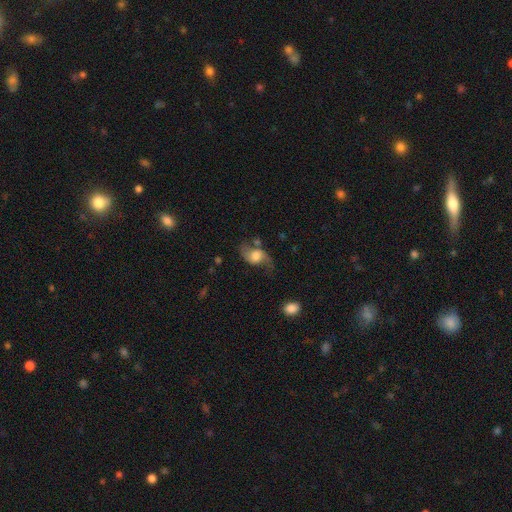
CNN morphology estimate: smooth_or_featured: featured or disk (p=0.63) [alt: smooth p=0.29]
disk_edge_on: no (p=0.94) [alt: yes p=0.06]
bar: no (p=0.60) [alt: weak p=0.32]
has_spiral_arms: yes (p=0.89) [alt: no p=0.11]
spiral_winding: loose (p=0.80) [alt: medium p=0.16]
spiral_arm_count: 2 (p=0.90) [alt: 1 p=0.05]
bulge_size: moderate (p=0.38) [tied with: large p=0.38]
merging: none (p=0.54) [alt: minor disturbance p=0.24]